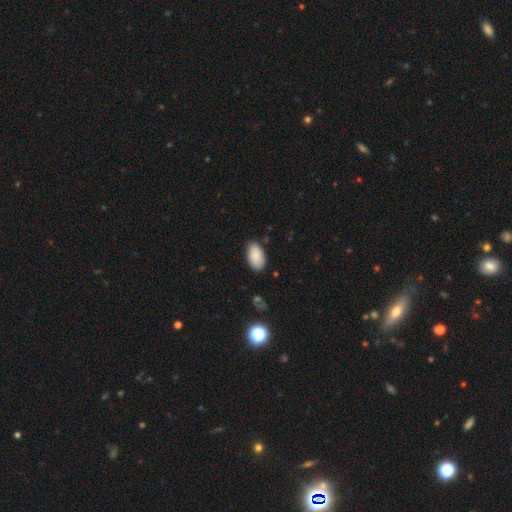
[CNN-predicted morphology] A smooth galaxy with no disk features (89%) that is in between round and cigar-shaped (95%). Merging: none (81%).